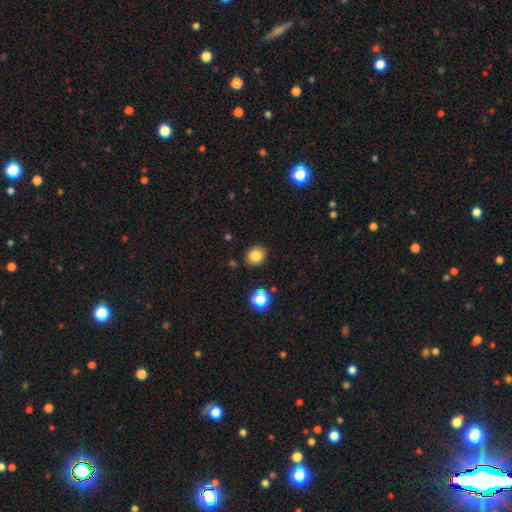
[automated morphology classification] A smooth galaxy with no disk features (84%) that is round (65%). Merging: none (86%).